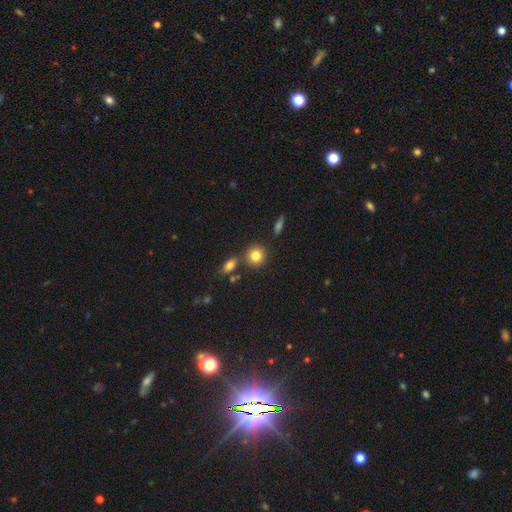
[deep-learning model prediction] Smooth or featured?
  - smooth: 82% *
  - star or artifact: 10%
  - featured or disk: 8%
How rounded?
  - round: 85% *
  - in between: 14%
  - cigar-shaped: 1%
Merging?
  - none: 77% *
  - merger: 11%
  - minor disturbance: 9%
  - major disturbance: 3%